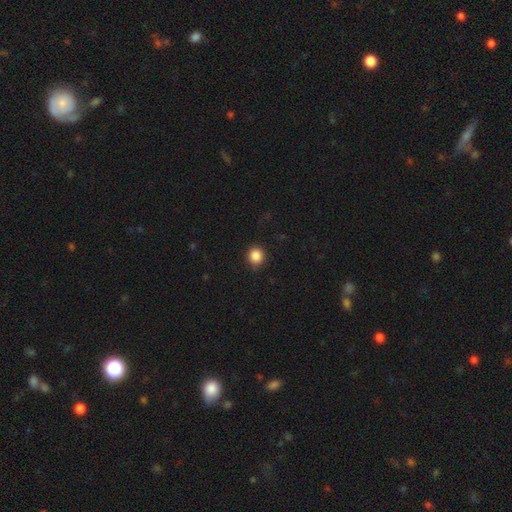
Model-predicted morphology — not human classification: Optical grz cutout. It shows a smooth galaxy with no disk features (87%) that is round (90%). Merging: none (87%).